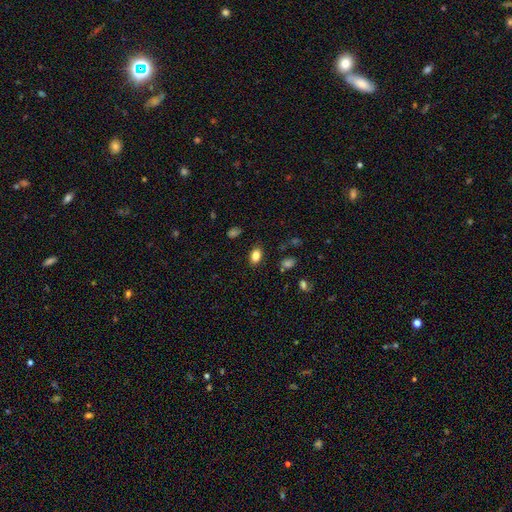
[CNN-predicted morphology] smooth 84%, star or artifact 10%, featured or disk 5%. Down the decision tree: how rounded — in between (86%); merging — none (85%).